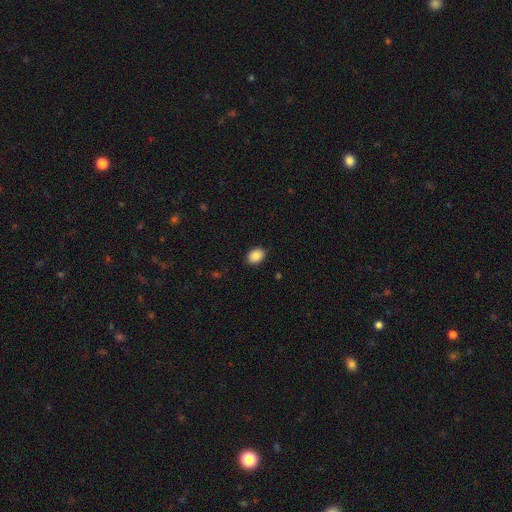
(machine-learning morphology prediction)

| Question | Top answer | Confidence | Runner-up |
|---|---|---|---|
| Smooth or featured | smooth | 88% | star or artifact (8%) |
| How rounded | in between | 77% | round (22%) |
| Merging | none | 89% | minor disturbance (8%) |